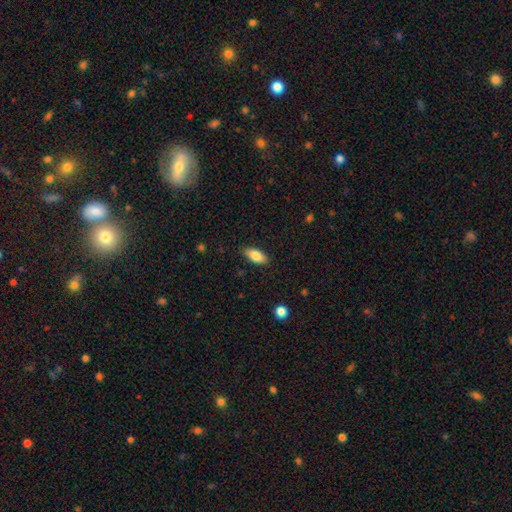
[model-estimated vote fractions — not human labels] This is clearly a smooth galaxy (83%). How rounded: clearly in between (88%). Merging: clearly none (87%).